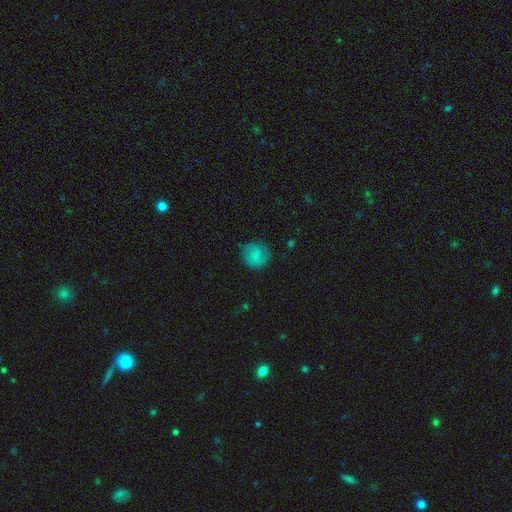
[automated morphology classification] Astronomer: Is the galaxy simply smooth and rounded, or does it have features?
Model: smooth — 82%.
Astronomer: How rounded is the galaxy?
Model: round — 90%.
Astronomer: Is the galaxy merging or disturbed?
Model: none — 81%.